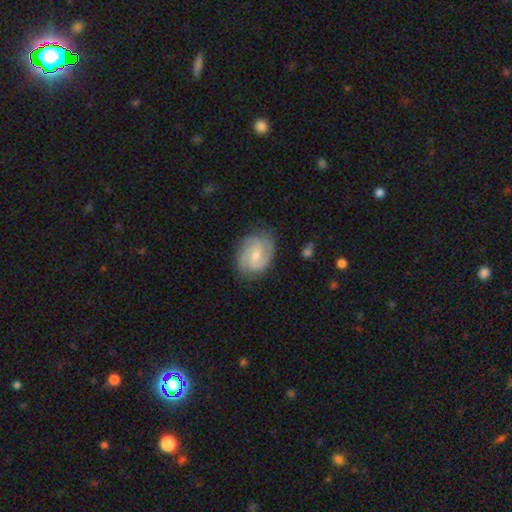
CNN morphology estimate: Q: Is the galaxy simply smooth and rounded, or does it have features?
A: featured or disk — 77%.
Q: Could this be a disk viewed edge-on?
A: no — 98%.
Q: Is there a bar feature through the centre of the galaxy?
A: weak — 46%, tied with no.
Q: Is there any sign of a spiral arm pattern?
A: yes — 95%.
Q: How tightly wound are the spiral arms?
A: medium — 44%.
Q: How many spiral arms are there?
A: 2 — 45%.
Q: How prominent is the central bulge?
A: small — 54%.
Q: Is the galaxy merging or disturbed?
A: none — 77%.